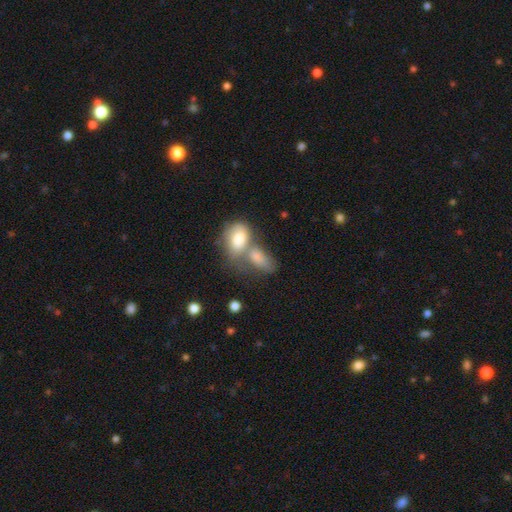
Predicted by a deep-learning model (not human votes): The model was most divided on "merging": merger: 64%, none: 20%, minor disturbance: 9%, major disturbance: 7%. More confident: how rounded — in between (85%); smooth or featured — smooth (78%).